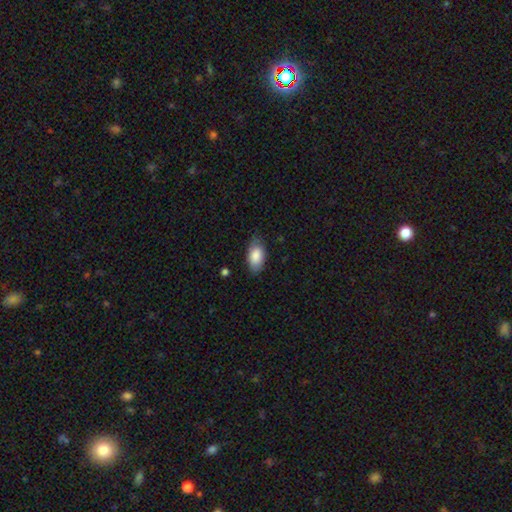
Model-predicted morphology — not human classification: A smooth galaxy with no disk features (86%) that is in between round and cigar-shaped (93%). Merging: none (75%).